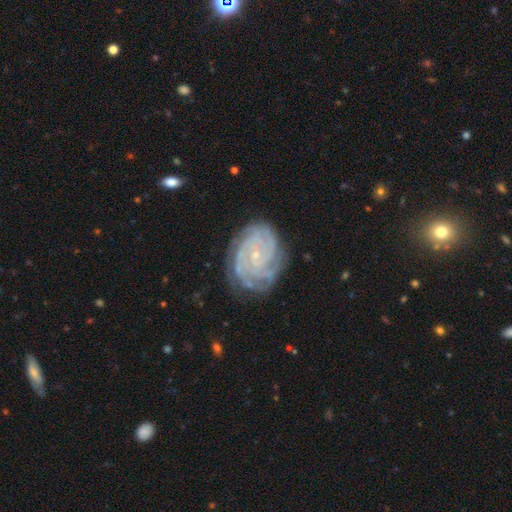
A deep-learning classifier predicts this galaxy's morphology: A featured or disk galaxy (87%) with no bar (67%), 4 (32%) tight (81%) spiral arms (98%) and a small central bulge (86%).

Vote fractions:
- Smooth or featured? featured or disk: 87% / smooth: 6% / star or artifact: 6%
- Edge-on disk? no: 98% / yes: 2%
- Bar? no: 67% / weak: 25% / strong: 7%
- Spiral arms? yes: 98% / no: 2%
- Spiral winding? tight: 81% / medium: 17% / loose: 2%
- Spiral arm count? 4: 32% / can't tell: 18% / 3: 17% / more than 4: 14% / 2: 11% / 1: 7%
- Bulge size? small: 86% / moderate: 9% / none: 3% / large: 1% / dominant: 1%
- Merging? none: 79% / minor disturbance: 15% / major disturbance: 4% / merger: 1%